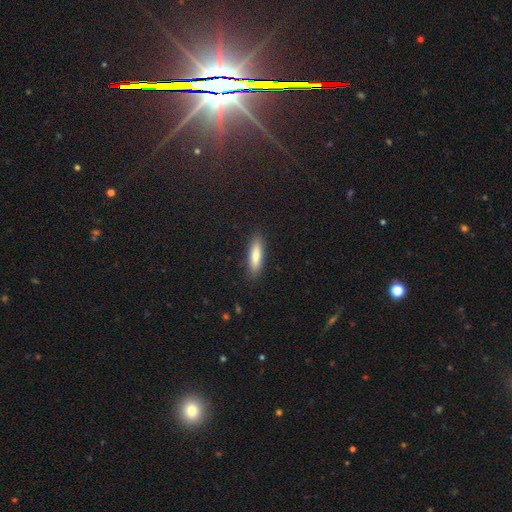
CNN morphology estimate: Smooth or featured? smooth (78%)
How rounded? cigar-shaped (66%)
Merging? none (87%)